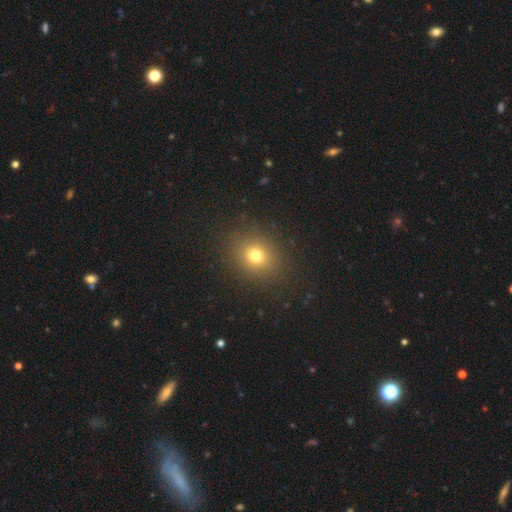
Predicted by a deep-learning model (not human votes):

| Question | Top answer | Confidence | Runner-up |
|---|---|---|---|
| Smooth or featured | smooth | 73% | star or artifact (18%) |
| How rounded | round | 74% | in between (25%) |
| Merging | none | 88% | minor disturbance (7%) |